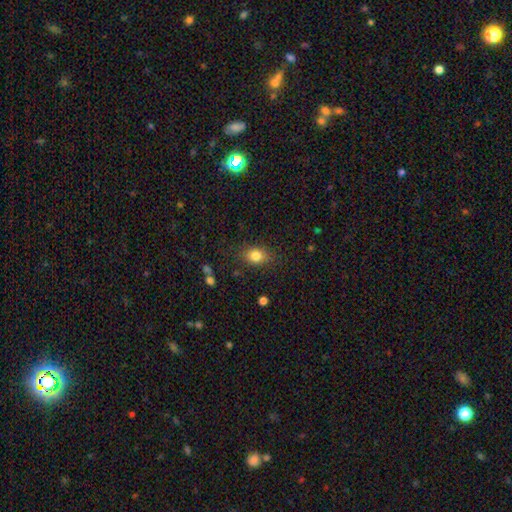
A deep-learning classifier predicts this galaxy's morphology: Overall: smooth (82%). How rounded: in between (64%; round 35%). Merging: none (83%).